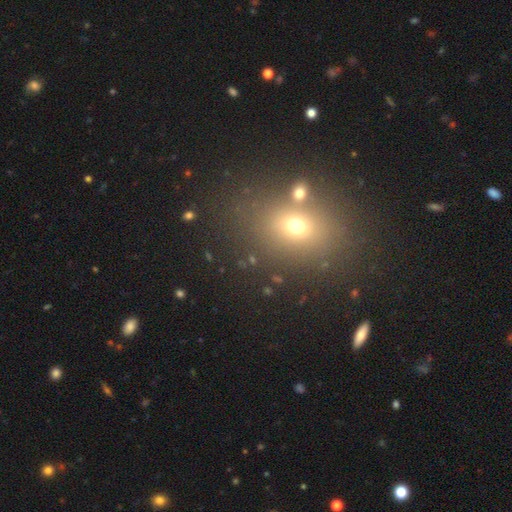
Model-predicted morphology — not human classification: Smooth or featured? smooth (57%)
How rounded? in between (53%)
Merging? none (79%)